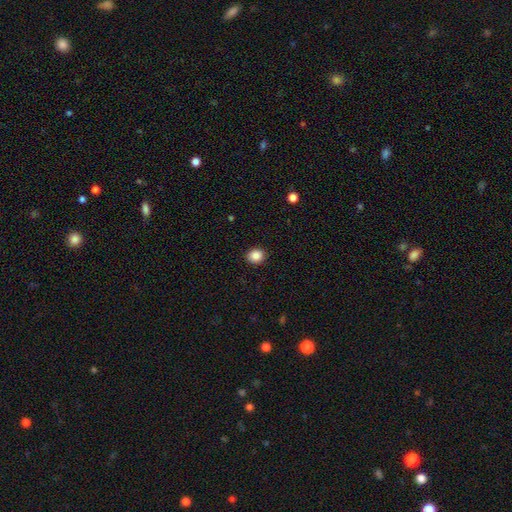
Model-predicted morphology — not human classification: The model was most divided on "how rounded": round: 74%, in between: 25%, cigar-shaped: 1%. More confident: merging — none (91%); smooth or featured — smooth (88%).